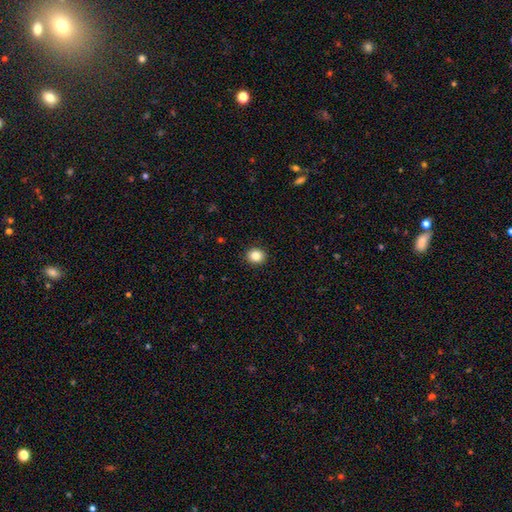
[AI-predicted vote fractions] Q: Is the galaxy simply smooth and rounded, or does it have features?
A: smooth — 85%.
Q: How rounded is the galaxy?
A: round — 78%.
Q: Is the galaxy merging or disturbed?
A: none — 92%.